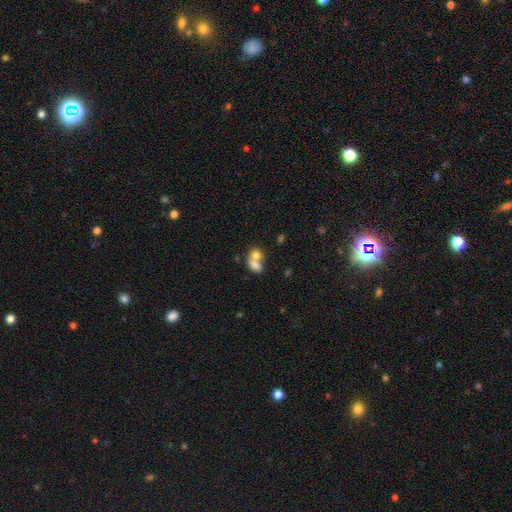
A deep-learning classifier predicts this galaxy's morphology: This appears to be a smooth galaxy with no disk features (76%) that is in between round and cigar-shaped (66%). Merging: merger (69%).